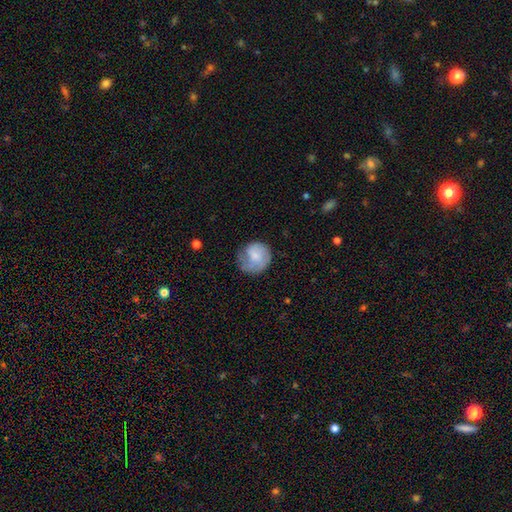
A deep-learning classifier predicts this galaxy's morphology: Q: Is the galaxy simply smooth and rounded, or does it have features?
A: smooth — 58%.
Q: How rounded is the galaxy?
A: round — 84%.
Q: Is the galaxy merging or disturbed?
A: none — 49%.